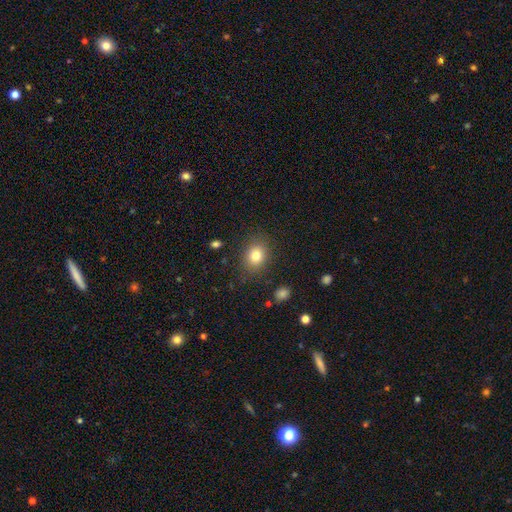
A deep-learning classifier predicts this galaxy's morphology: A smooth galaxy with no disk features (80%) that is in between round and cigar-shaped (50%).

Vote fractions:
- Smooth or featured? smooth: 80% / star or artifact: 11% / featured or disk: 9%
- How rounded? in between: 50% / round: 49% / cigar-shaped: 1%
- Merging? none: 84% / minor disturbance: 11% / major disturbance: 4% / merger: 2%